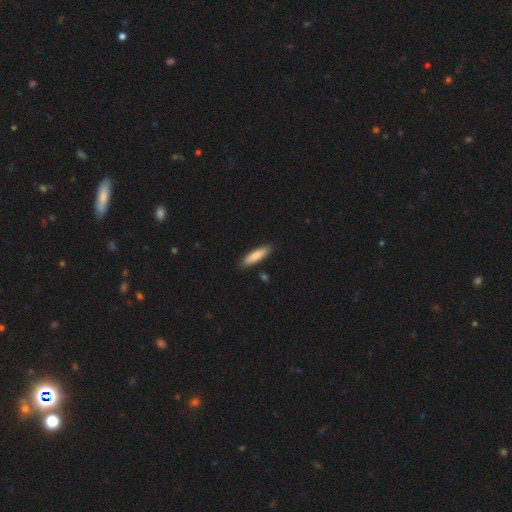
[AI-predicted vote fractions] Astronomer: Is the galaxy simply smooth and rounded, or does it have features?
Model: smooth — 82%.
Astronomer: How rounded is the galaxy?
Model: cigar-shaped — 66%.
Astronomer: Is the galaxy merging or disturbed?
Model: none — 88%.